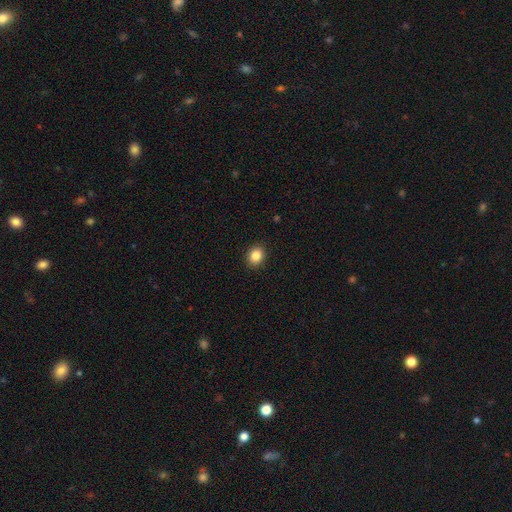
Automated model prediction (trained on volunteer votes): smooth_or_featured: smooth (p=0.85) [alt: star or artifact p=0.10]
how_rounded: round (p=0.57) [alt: in between p=0.42]
merging: none (p=0.91) [alt: minor disturbance p=0.06]